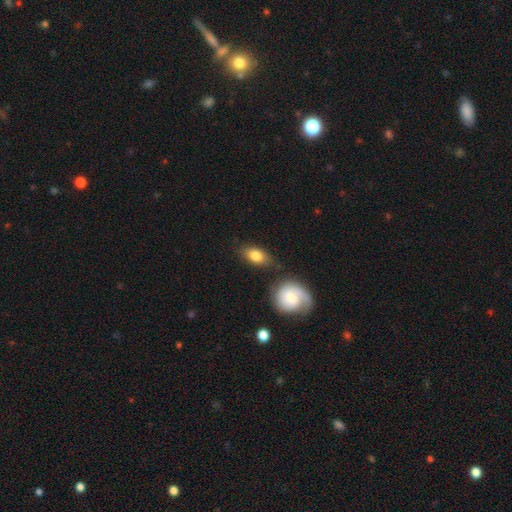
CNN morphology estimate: type=smooth (81%); roundness=in between (85%); merging=none (71%).